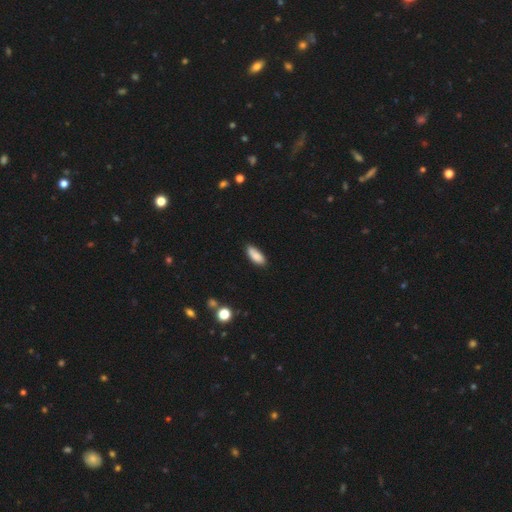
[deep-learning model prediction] Smooth or featured? Predicted: smooth (p=0.86). How rounded? Predicted: in between (p=0.78). Merging? Predicted: none (p=0.77).